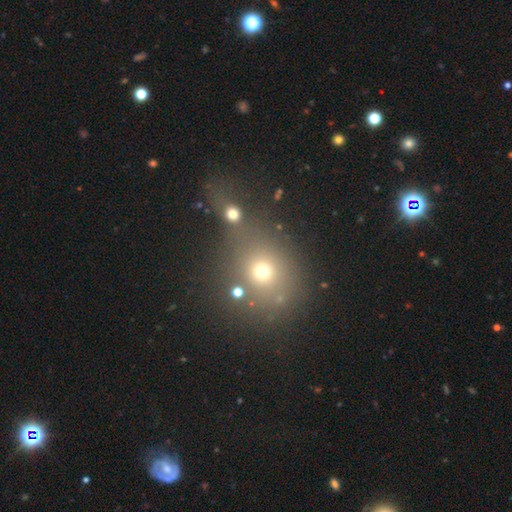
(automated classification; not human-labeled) This appears to be a smooth galaxy with no disk features (56%) that is round (78%). Merging: none (51%).